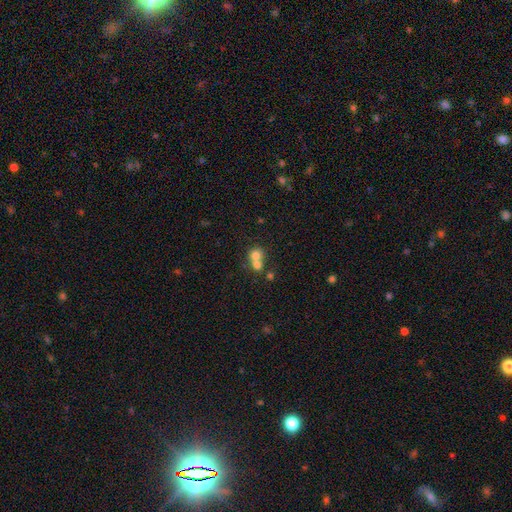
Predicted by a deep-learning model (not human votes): smooth_or_featured: smooth (p=0.73) [alt: featured or disk p=0.15]
how_rounded: round (p=0.80) [alt: in between p=0.19]
merging: merger (p=0.62) [alt: none p=0.30]